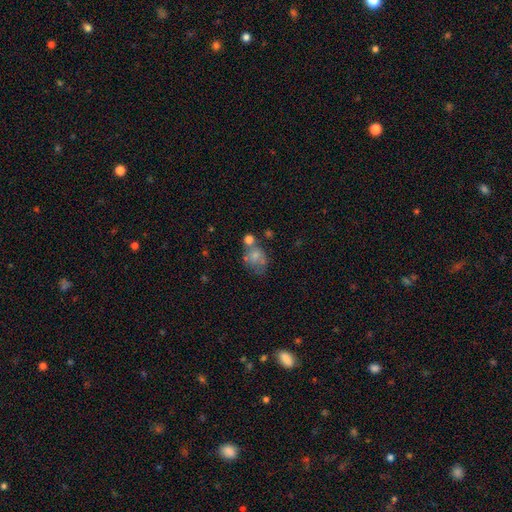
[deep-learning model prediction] The model was most divided on "merging": none: 33%, merger: 29%, minor disturbance: 21%, major disturbance: 18%. More confident: smooth or featured — smooth (64%); how rounded — in between (58%).